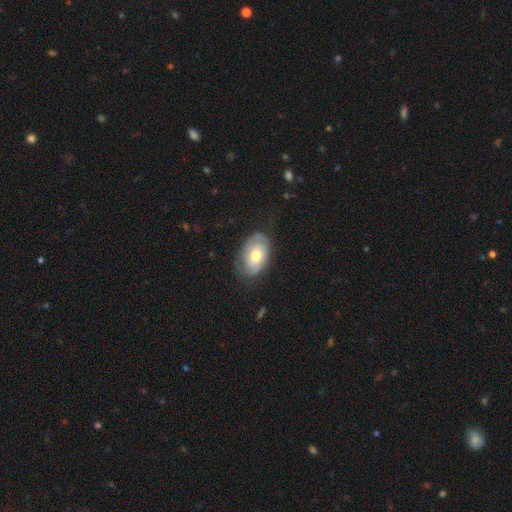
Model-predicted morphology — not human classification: Overall: smooth (53%; featured or disk 40%). How rounded: in between (87%). Merging: none (70%).